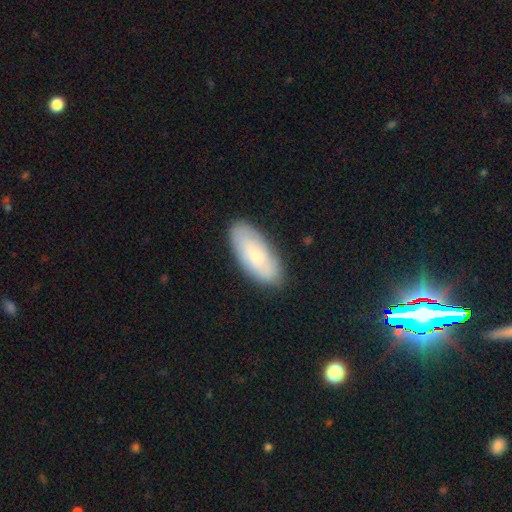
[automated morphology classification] Q: Smooth or featured?
A: smooth (64%); runner-up: featured or disk (29%)
Q: How rounded?
A: in between (87%); runner-up: cigar-shaped (11%)
Q: Merging?
A: none (84%); runner-up: minor disturbance (12%)